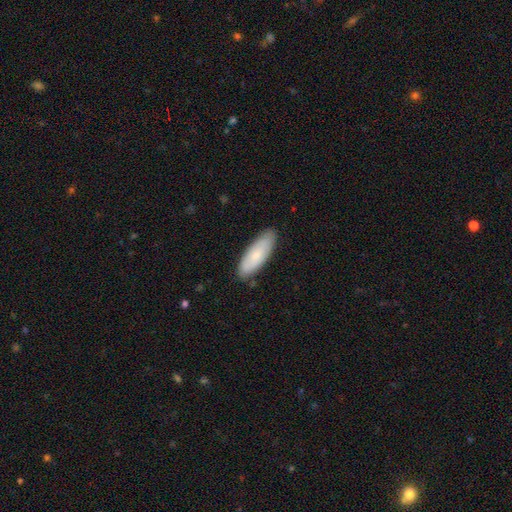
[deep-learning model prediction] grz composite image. It shows a smooth galaxy with no disk features (74%) that is in between round and cigar-shaped (64%). Merging: none (84%).